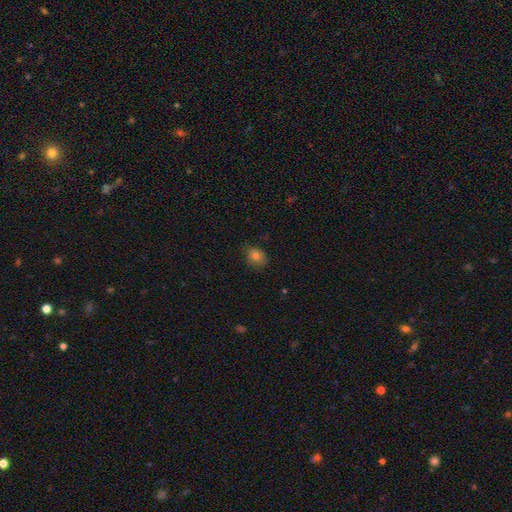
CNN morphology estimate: smooth 79%, star or artifact 12%, featured or disk 9%. Down the decision tree: how rounded — round (51%); merging — none (69%).